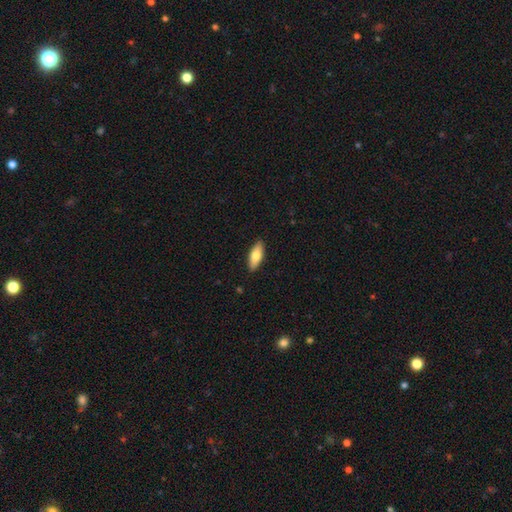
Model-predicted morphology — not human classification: The model was most divided on "how rounded": in between: 68%, cigar-shaped: 29%, round: 2%. More confident: merging — none (89%); smooth or featured — smooth (73%).